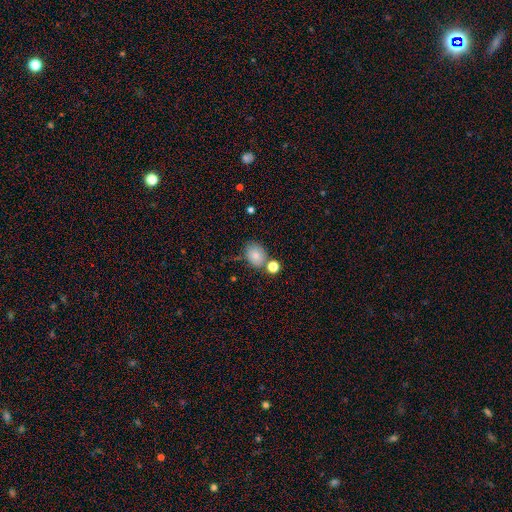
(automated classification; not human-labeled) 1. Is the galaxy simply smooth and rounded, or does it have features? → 82% smooth, 10% star or artifact, 8% featured or disk.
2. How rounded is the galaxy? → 64% in between, 35% round, 1% cigar-shaped.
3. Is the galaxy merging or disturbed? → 61% none, 17% minor disturbance, 17% merger, 5% major disturbance.